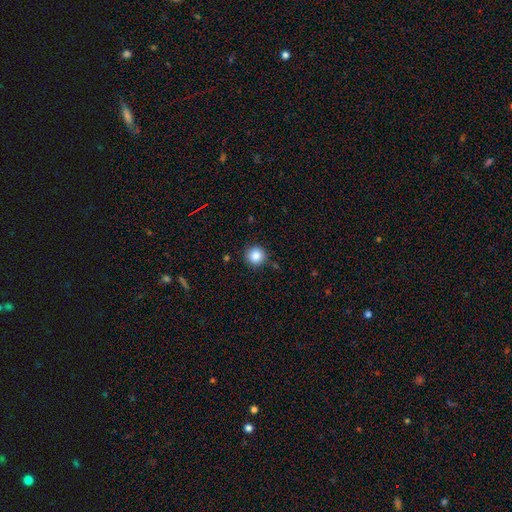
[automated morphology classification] smooth-or-featured: smooth: 85% | star or artifact: 10% | featured or disk: 4%
  how-rounded: round: 95% | in between: 4% | cigar-shaped: 1%
  merging: none: 88% | minor disturbance: 8% | major disturbance: 2% | merger: 2%